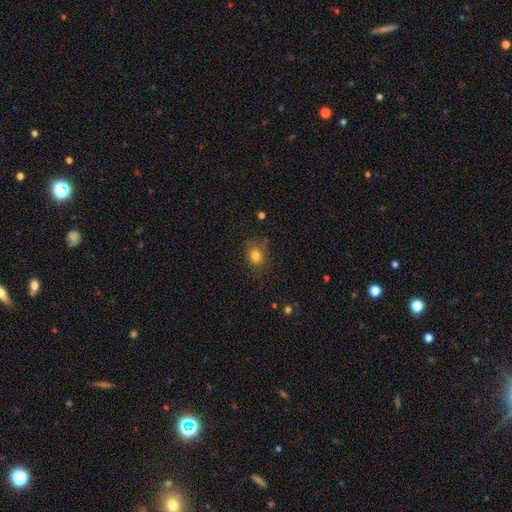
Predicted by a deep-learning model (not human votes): A smooth galaxy with no disk features (79%) that is round (50%).

Vote fractions:
- Smooth or featured? smooth: 79% / star or artifact: 13% / featured or disk: 8%
- How rounded? round: 50% / in between: 49% / cigar-shaped: 1%
- Merging? none: 71% / minor disturbance: 20% / major disturbance: 7% / merger: 2%